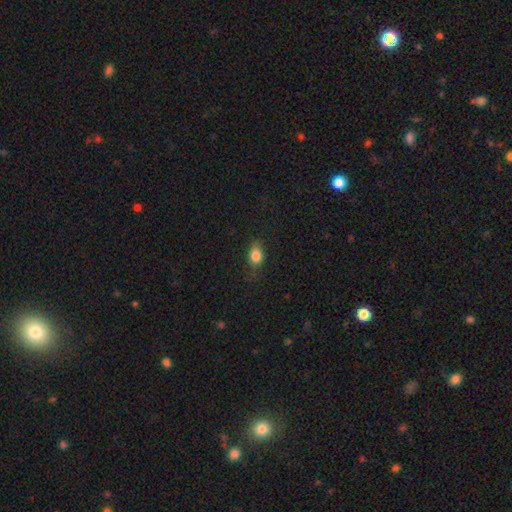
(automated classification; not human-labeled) Smooth or featured?
  - smooth: 83% *
  - star or artifact: 10%
  - featured or disk: 7%
How rounded?
  - in between: 67% *
  - round: 30%
  - cigar-shaped: 3%
Merging?
  - none: 70% *
  - minor disturbance: 22%
  - major disturbance: 6%
  - merger: 1%